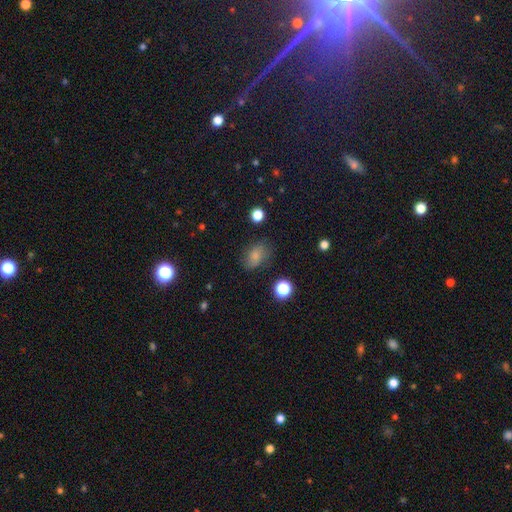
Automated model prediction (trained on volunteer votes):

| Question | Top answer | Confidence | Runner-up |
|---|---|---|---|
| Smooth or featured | smooth | 76% | star or artifact (13%) |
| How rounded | in between | 80% | round (18%) |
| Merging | none | 71% | minor disturbance (20%) |